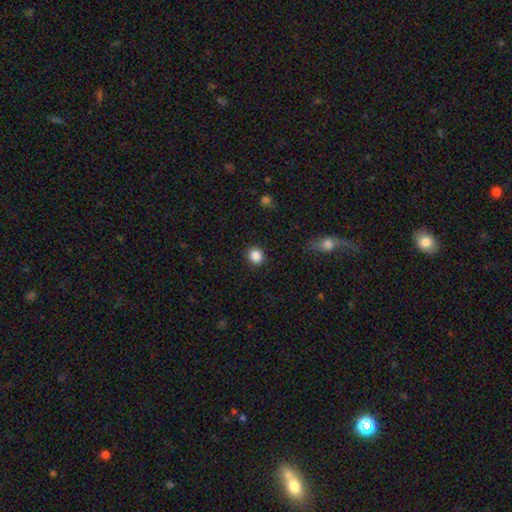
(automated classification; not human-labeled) Q: Smooth or featured?
A: smooth (88%); runner-up: star or artifact (9%)
Q: How rounded?
A: round (83%); runner-up: in between (16%)
Q: Merging?
A: none (89%); runner-up: minor disturbance (7%)